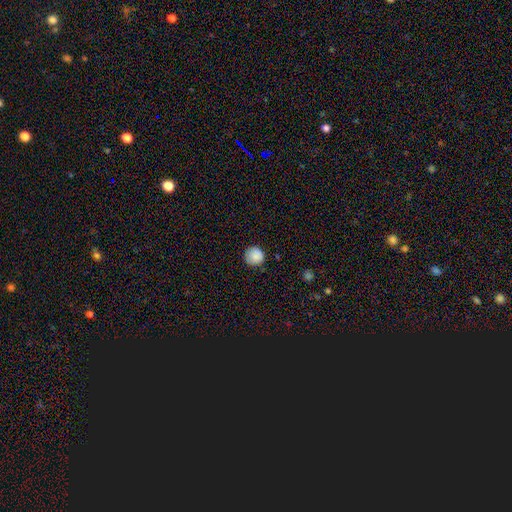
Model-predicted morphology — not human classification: Overall: smooth (87%). How rounded: round (94%). Merging: none (84%).